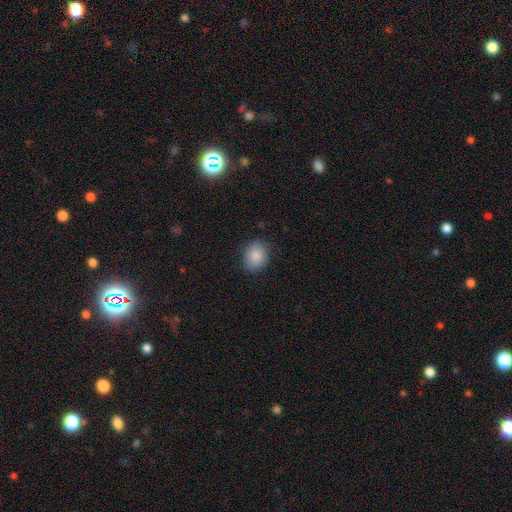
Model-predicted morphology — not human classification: Smooth or featured: smooth — 87% (star or artifact — 8%)
How rounded: round — 56% (in between — 43%)
Merging: none — 83% (minor disturbance — 13%)